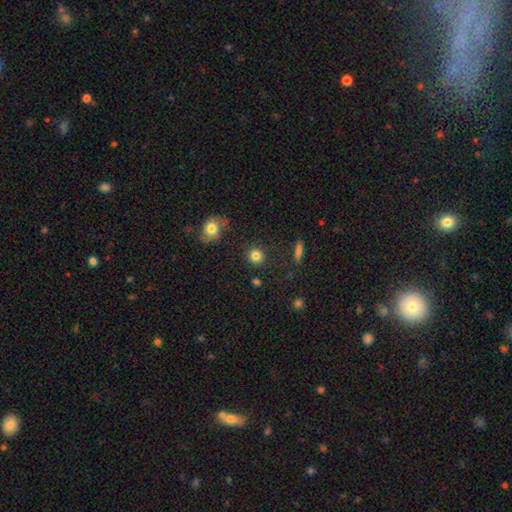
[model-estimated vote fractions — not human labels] Smooth or featured? Predicted: smooth (p=0.83). How rounded? Predicted: round (p=0.90). Merging? Predicted: none (p=0.87).